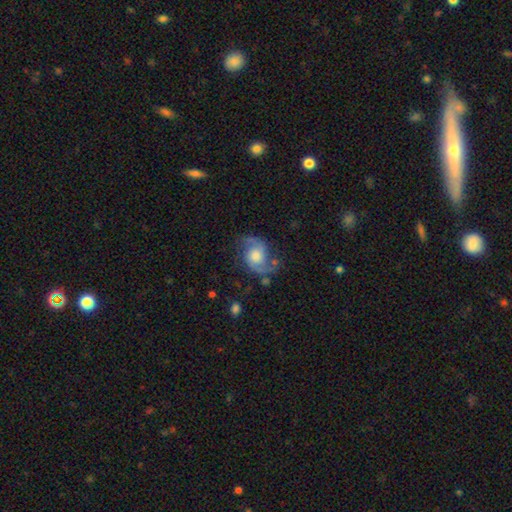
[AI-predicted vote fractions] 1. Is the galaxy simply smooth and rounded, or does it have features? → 84% featured or disk, 10% smooth, 6% star or artifact.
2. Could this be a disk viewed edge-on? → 98% no, 2% yes.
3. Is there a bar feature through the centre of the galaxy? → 68% no, 28% weak, 4% strong.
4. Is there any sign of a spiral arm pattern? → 96% yes, 4% no.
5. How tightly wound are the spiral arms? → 52% medium, 33% loose, 16% tight.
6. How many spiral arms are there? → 92% 2, 3% can't tell, 2% 1, 1% 3, 1% 4, 1% more than 4.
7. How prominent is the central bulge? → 46% moderate, 29% large, 16% small, 6% none, 3% dominant.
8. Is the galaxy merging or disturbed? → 71% none, 18% minor disturbance, 9% major disturbance, 2% merger.